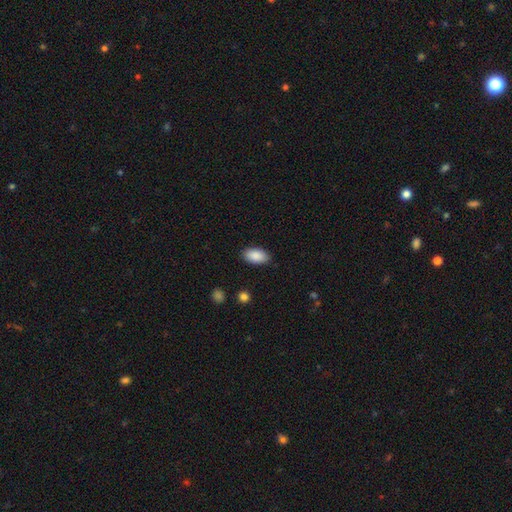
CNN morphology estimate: Smooth or featured: smooth — 89% (star or artifact — 7%)
How rounded: in between — 94% (round — 3%)
Merging: none — 87% (minor disturbance — 9%)